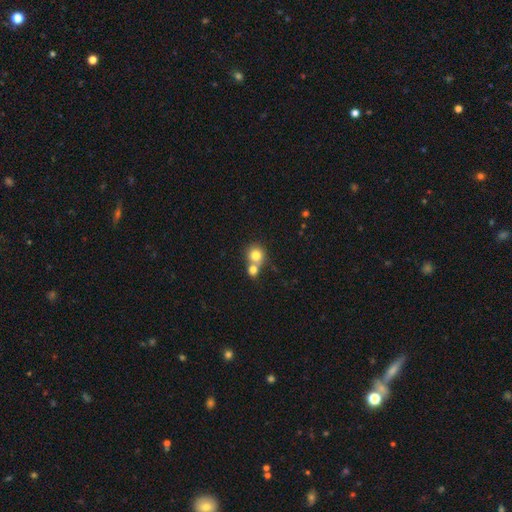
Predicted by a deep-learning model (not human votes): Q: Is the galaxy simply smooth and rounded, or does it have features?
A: smooth — 78%.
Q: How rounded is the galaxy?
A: round — 86%.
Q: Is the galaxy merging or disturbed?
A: merger — 51%.